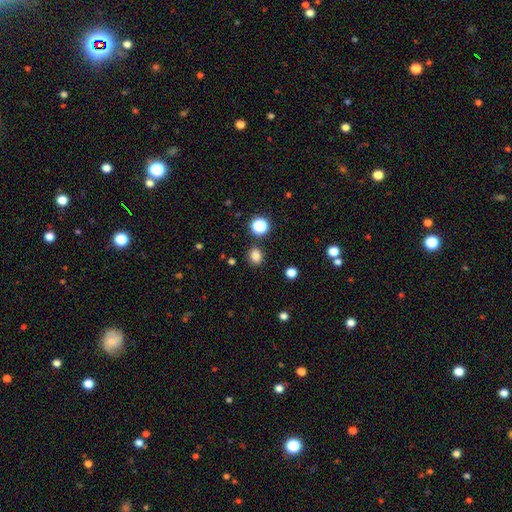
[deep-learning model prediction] This is clearly a smooth galaxy (82%). How rounded: likely round (72%). Merging: clearly none (87%).